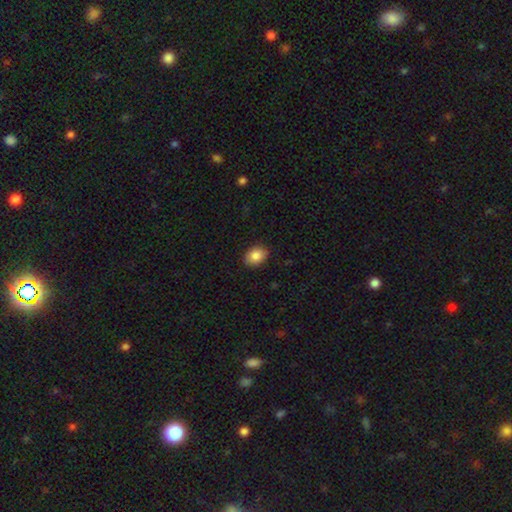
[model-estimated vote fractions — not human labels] smooth_or_featured: smooth (p=0.86) [alt: star or artifact p=0.08]
how_rounded: in between (p=0.69) [alt: round p=0.30]
merging: none (p=0.89) [alt: minor disturbance p=0.08]